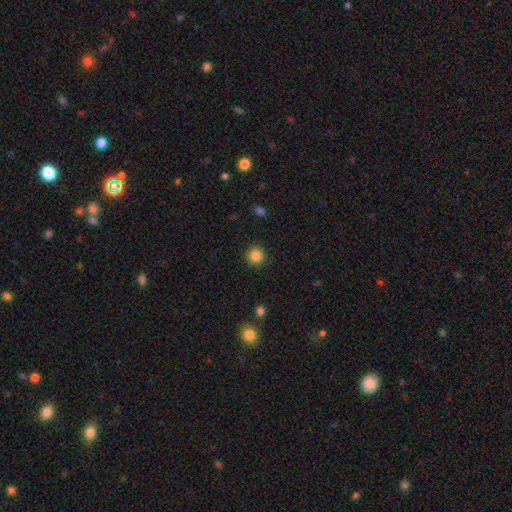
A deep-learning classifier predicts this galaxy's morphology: Smooth or featured? smooth (85%)
How rounded? round (94%)
Merging? none (91%)